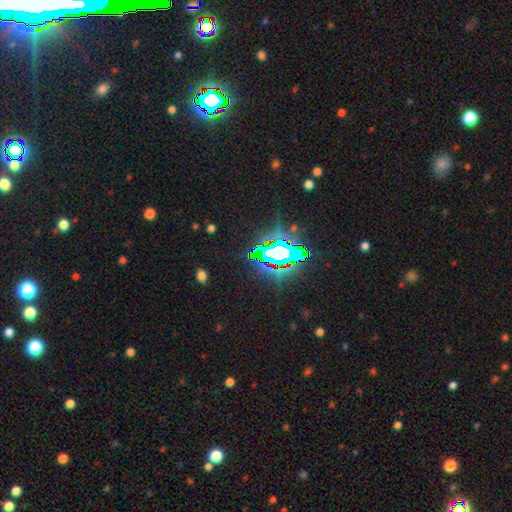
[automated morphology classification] Smooth or featured: star or artifact — 75% (smooth — 13%)